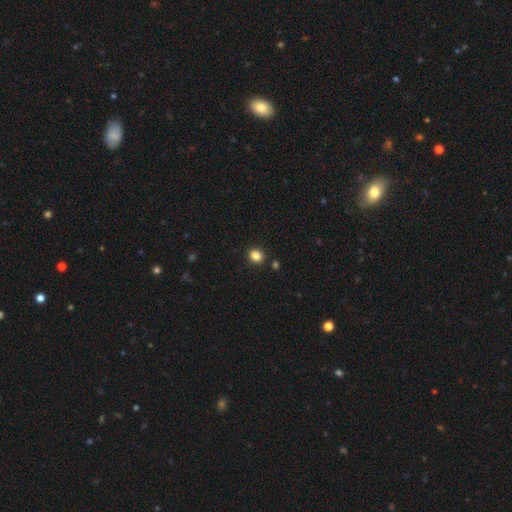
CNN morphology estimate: Q: Smooth or featured?
A: smooth (84%); runner-up: star or artifact (11%)
Q: How rounded?
A: round (63%); runner-up: in between (37%)
Q: Merging?
A: none (89%); runner-up: minor disturbance (7%)